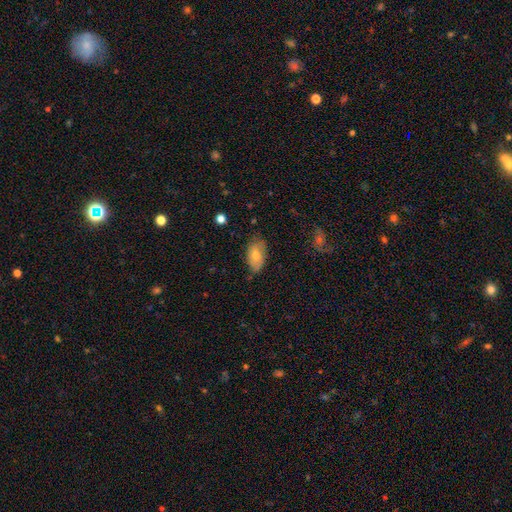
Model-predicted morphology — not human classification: A smooth galaxy with no disk features (69%) that is in between round and cigar-shaped (93%). Merging: none (67%).